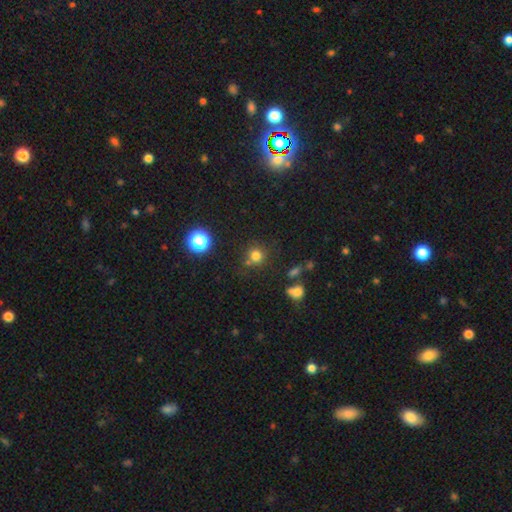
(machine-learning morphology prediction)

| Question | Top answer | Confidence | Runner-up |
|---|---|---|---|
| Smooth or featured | smooth | 74% | star or artifact (19%) |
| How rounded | round | 90% | in between (9%) |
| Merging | none | 73% | minor disturbance (12%) |